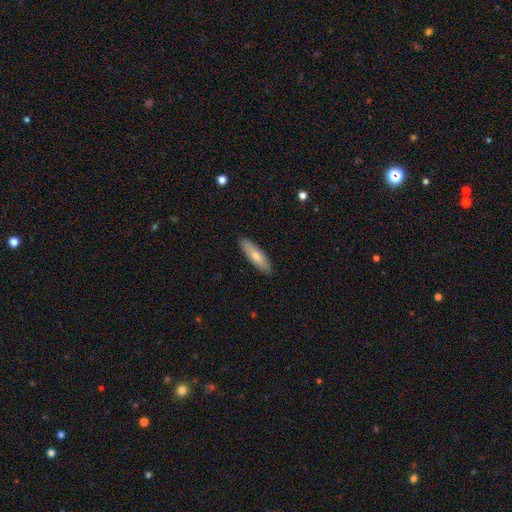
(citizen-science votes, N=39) A smooth galaxy with no disk features (51%) that is cigar-shaped (85%).

Vote fractions:
- Smooth or featured? smooth: 51% / featured or disk: 46% / star or artifact: 3%
- How rounded? cigar-shaped: 85% / in between: 15% / round: 0%
- Merging? none: 92% / major disturbance: 5% / merger: 3% / minor disturbance: 0%